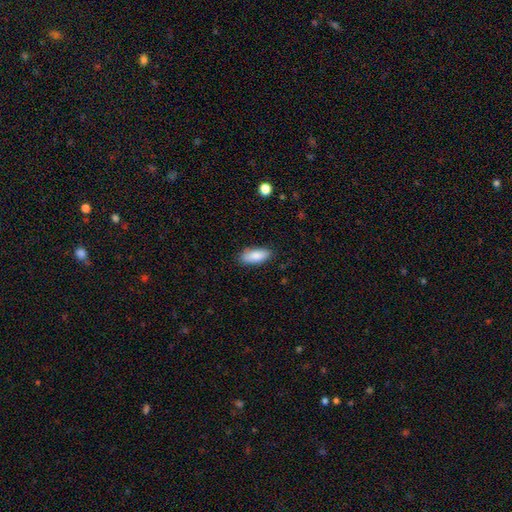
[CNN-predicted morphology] Smooth or featured? Predicted: smooth (p=0.87). How rounded? Predicted: in between (p=0.80). Merging? Predicted: none (p=0.85).